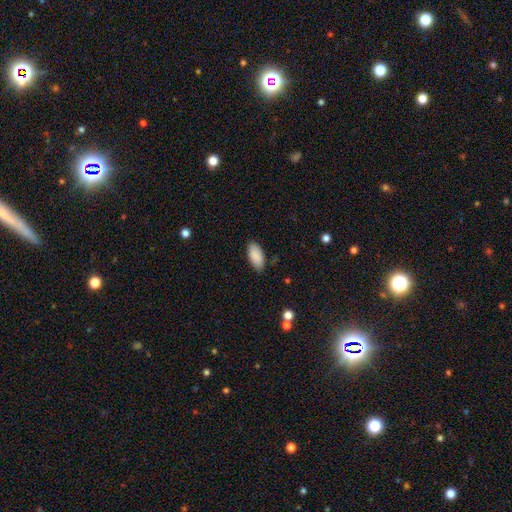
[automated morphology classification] Smooth or featured? smooth (90%)
How rounded? in between (92%)
Merging? none (85%)